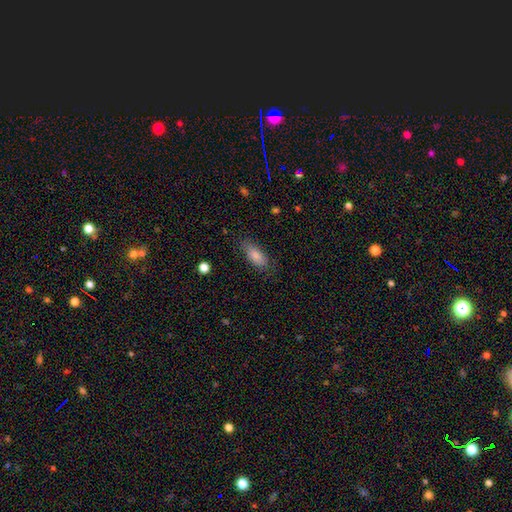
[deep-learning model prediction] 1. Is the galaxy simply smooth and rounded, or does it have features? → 82% smooth, 11% featured or disk, 7% star or artifact.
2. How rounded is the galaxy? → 83% in between, 15% cigar-shaped, 2% round.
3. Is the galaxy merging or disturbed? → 75% none, 19% minor disturbance, 5% major disturbance, 1% merger.